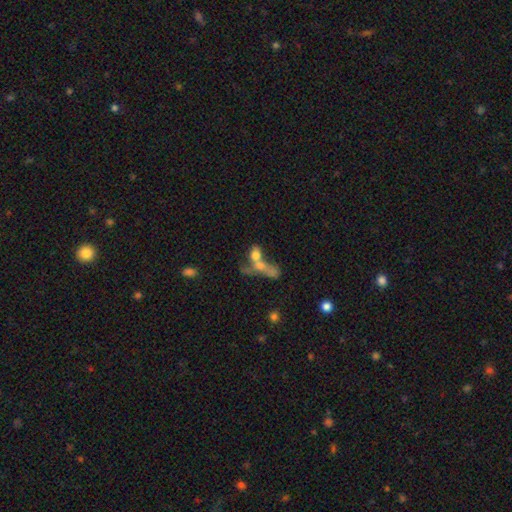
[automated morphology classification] smooth 62%, featured or disk 26%, star or artifact 12%. Down the decision tree: how rounded — in between (61%); merging — merger (64%).